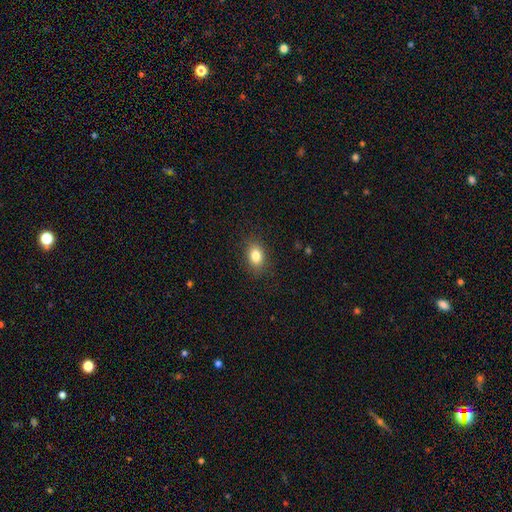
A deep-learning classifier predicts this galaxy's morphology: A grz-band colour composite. It shows a smooth galaxy with no disk features (83%) that is in between round and cigar-shaped (73%). Merging: none (87%).